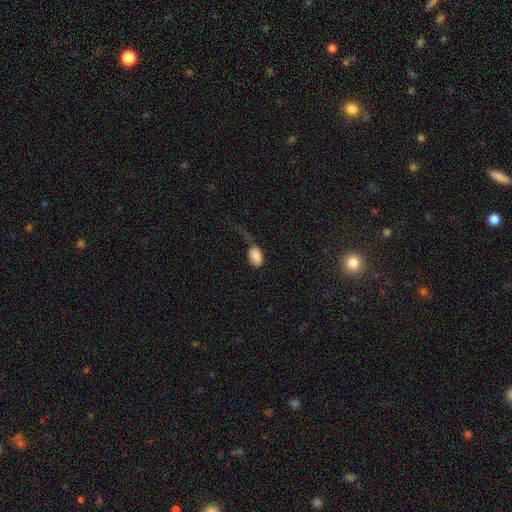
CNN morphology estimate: Smooth or featured? Predicted: smooth (p=0.84). How rounded? Predicted: in between (p=0.87). Merging? Predicted: major disturbance (p=0.46).